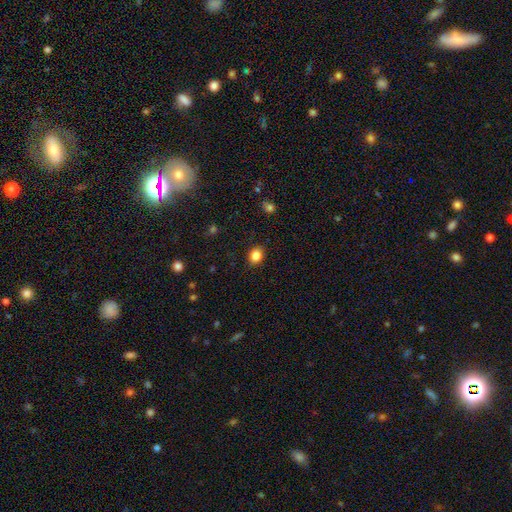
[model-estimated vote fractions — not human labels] Smooth or featured?
  - smooth: 84% *
  - star or artifact: 11%
  - featured or disk: 5%
How rounded?
  - round: 60% *
  - in between: 39%
  - cigar-shaped: 1%
Merging?
  - none: 88% *
  - minor disturbance: 9%
  - major disturbance: 2%
  - merger: 1%